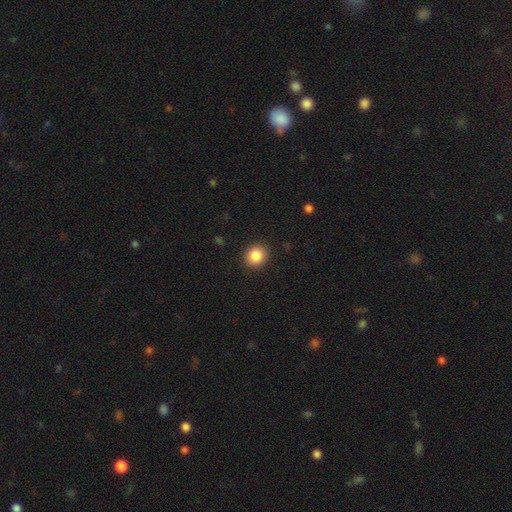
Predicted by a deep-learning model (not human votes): This is clearly a smooth galaxy (87%). How rounded: likely round (79%). Merging: clearly none (90%).